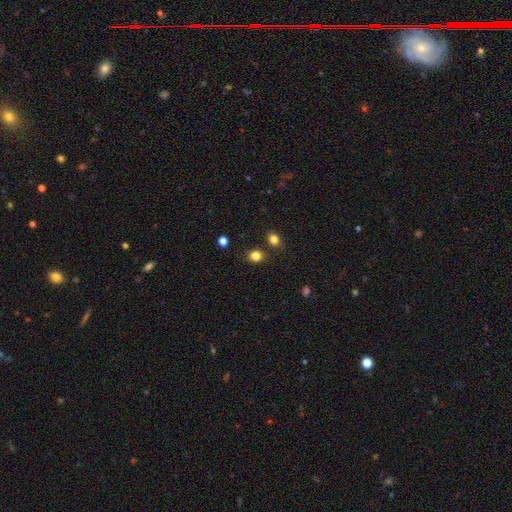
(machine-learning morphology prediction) smooth-or-featured: smooth: 83% | star or artifact: 13% | featured or disk: 5%
  how-rounded: round: 72% | in between: 27% | cigar-shaped: 1%
  merging: none: 81% | minor disturbance: 9% | merger: 7% | major disturbance: 3%